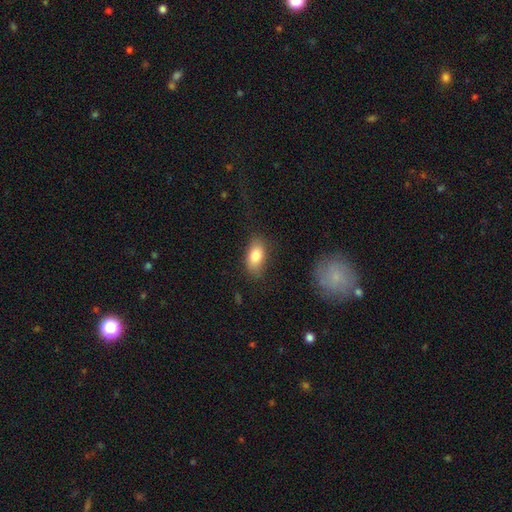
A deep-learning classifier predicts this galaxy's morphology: The model was most divided on "merging": none: 79%, minor disturbance: 15%, major disturbance: 5%, merger: 2%. More confident: how rounded — in between (89%); smooth or featured — smooth (81%).